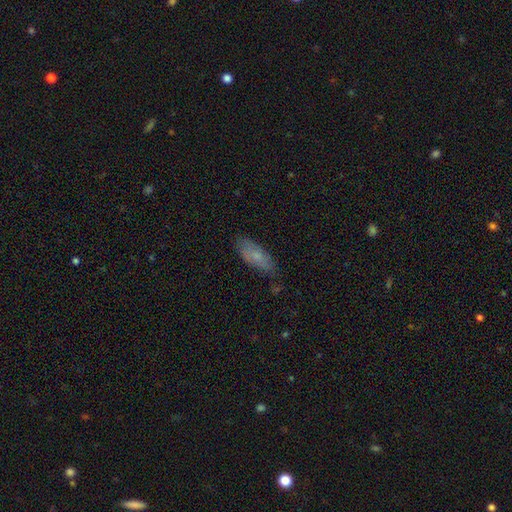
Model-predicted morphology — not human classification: Smooth or featured: smooth — 71% (featured or disk — 22%)
How rounded: in between — 71% (cigar-shaped — 27%)
Merging: none — 72% (minor disturbance — 22%)